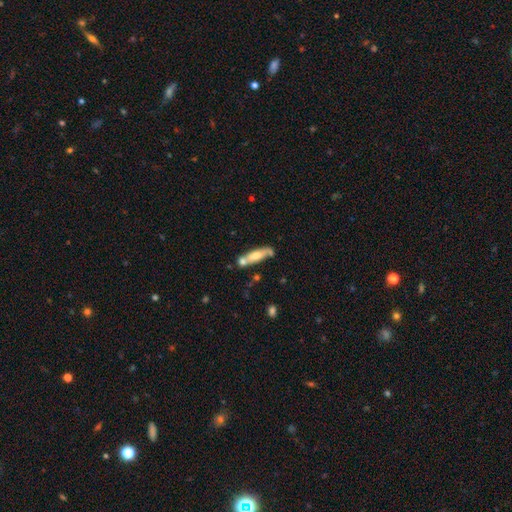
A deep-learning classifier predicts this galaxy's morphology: Smooth or featured? Predicted: smooth (p=0.55). How rounded? Predicted: cigar-shaped (p=0.69). Merging? Predicted: none (p=0.50).